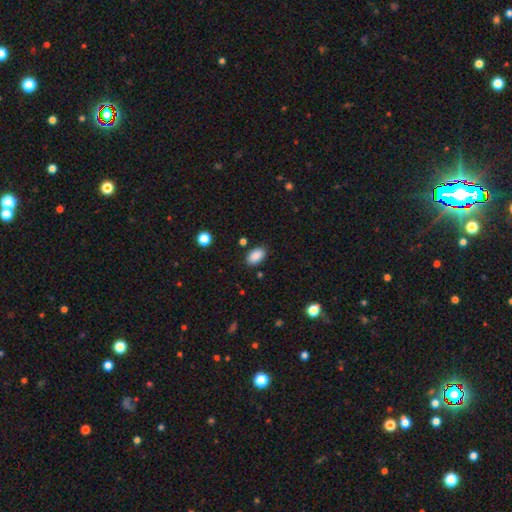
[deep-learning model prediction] Morphology: type=smooth (89%); roundness=in between (92%); merging=none (86%).